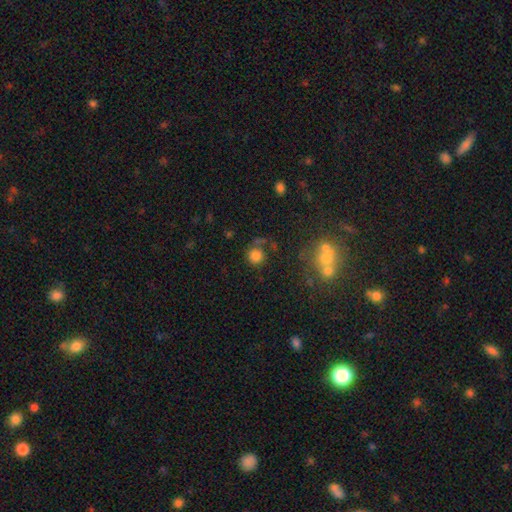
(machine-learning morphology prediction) smooth 79%, star or artifact 13%, featured or disk 8%. Down the decision tree: how rounded — round (90%); merging — none (67%).